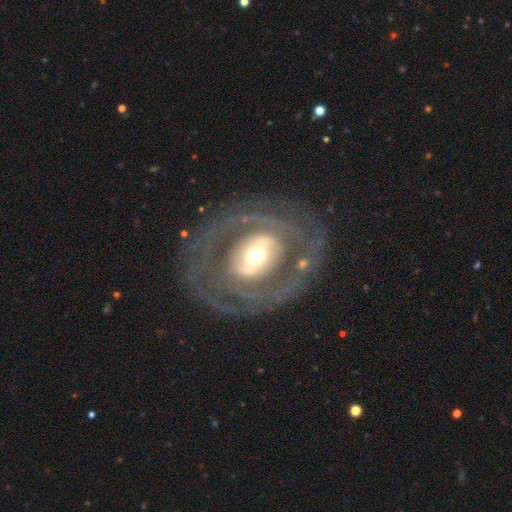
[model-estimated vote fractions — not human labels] This is likely a featured or disk galaxy (79%). It is clearly not viewed edge-on (95%). Bar: marginally no (40%). Spiral arm pattern: likely yes (68%). Spiral arm count: possibly 2 (55%). Spiral winding: possibly tight (51%). Central bulge: possibly moderate (57%). Merging: likely none (72%).